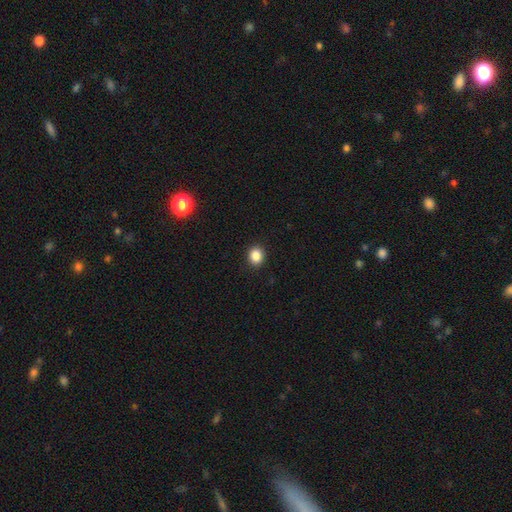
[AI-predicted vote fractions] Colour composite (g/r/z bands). It shows a smooth galaxy with no disk features (86%) that is round (68%). Merging: none (91%).